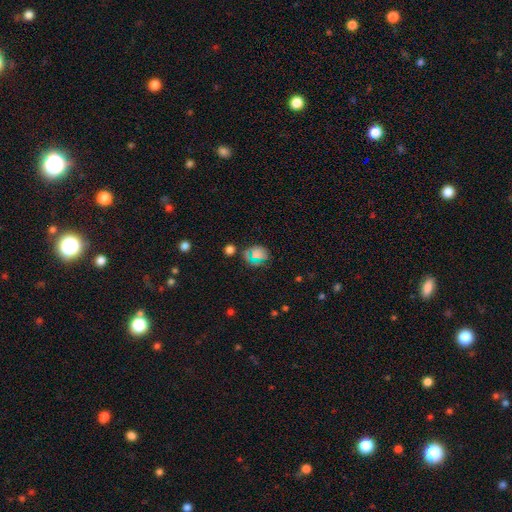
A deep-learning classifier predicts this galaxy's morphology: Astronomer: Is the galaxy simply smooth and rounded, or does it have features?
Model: smooth — 59%.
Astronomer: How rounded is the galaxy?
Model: round — 71%.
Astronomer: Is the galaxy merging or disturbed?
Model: none — 68%.